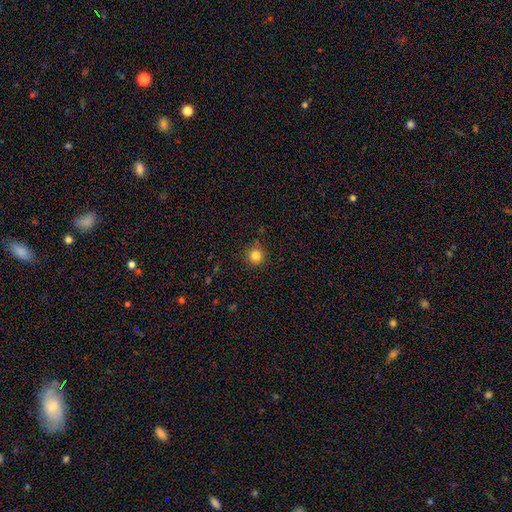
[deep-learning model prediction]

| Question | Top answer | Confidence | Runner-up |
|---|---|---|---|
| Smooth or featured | smooth | 83% | star or artifact (12%) |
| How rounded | round | 94% | in between (5%) |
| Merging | none | 88% | minor disturbance (8%) |